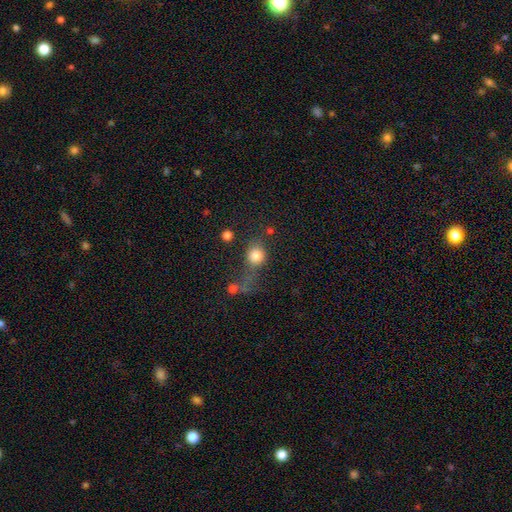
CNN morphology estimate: The model was most divided on "merging": none: 44%, merger: 20%, major disturbance: 19%, minor disturbance: 17%. More confident: smooth or featured — smooth (81%); how rounded — round (78%).